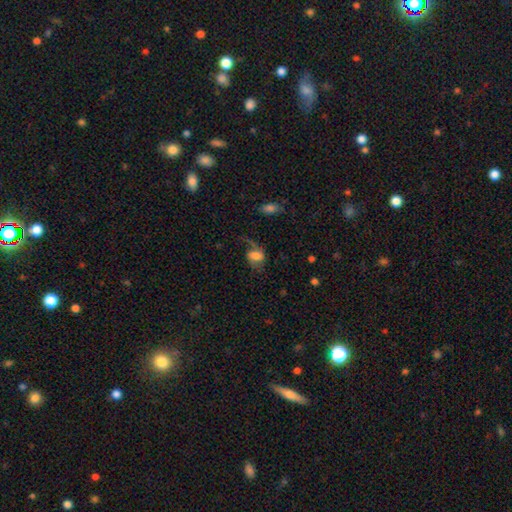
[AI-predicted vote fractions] A featured or disk galaxy (46%).

Vote fractions:
- Smooth or featured? featured or disk: 46% / smooth: 44% / star or artifact: 10%
- Merging? none: 45% / major disturbance: 31% / minor disturbance: 21% / merger: 3%